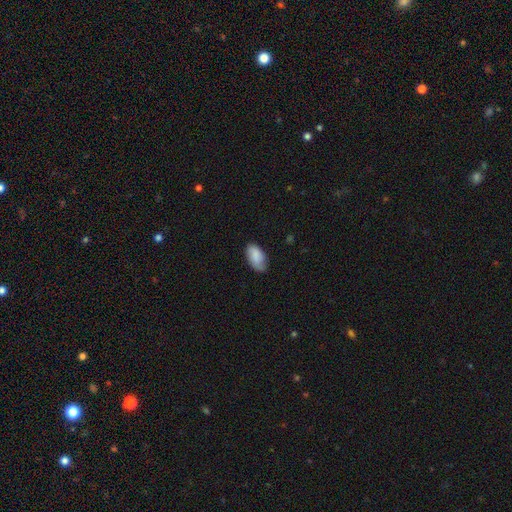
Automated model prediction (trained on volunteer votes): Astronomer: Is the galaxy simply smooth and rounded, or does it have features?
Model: smooth — 78%.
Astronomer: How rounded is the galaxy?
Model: in between — 94%.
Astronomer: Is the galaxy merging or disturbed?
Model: none — 65%.